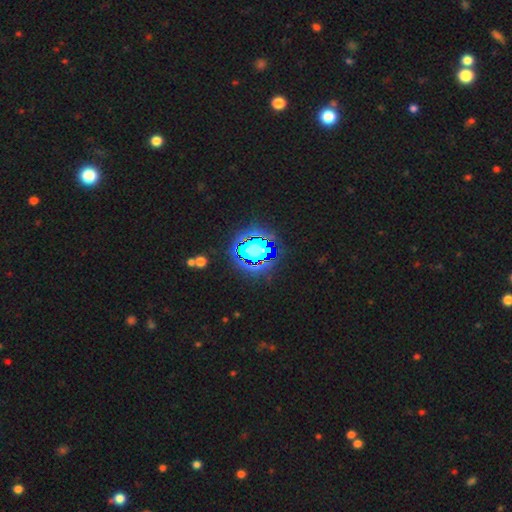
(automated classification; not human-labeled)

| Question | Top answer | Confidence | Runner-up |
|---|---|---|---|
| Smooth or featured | star or artifact | 78% | smooth (13%) |